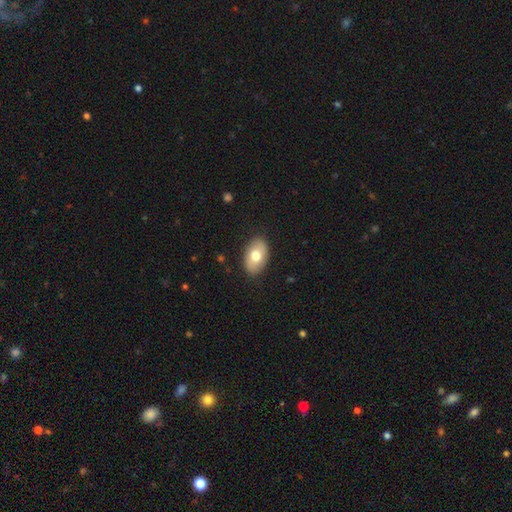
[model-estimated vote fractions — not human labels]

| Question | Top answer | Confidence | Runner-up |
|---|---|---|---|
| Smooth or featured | smooth | 71% | featured or disk (22%) |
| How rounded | in between | 91% | round (8%) |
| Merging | none | 87% | minor disturbance (10%) |